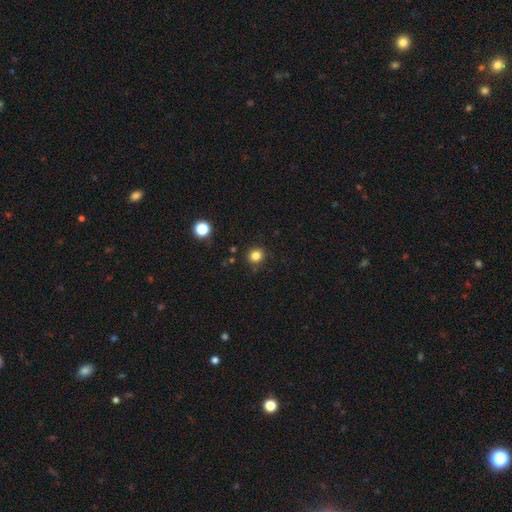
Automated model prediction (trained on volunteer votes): Q: Smooth or featured?
A: smooth (83%); runner-up: star or artifact (12%)
Q: How rounded?
A: round (86%); runner-up: in between (13%)
Q: Merging?
A: none (87%); runner-up: minor disturbance (8%)